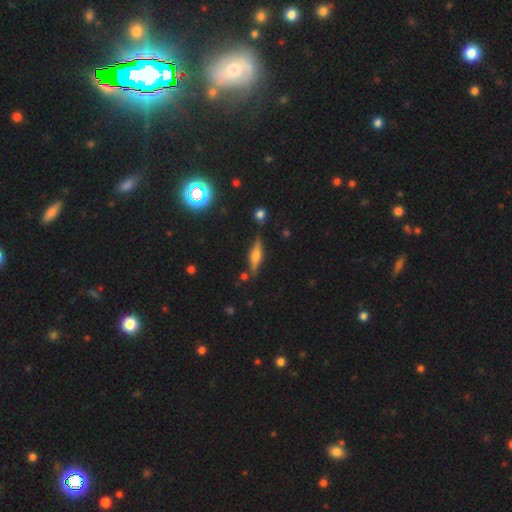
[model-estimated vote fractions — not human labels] Overall: featured or disk (56%; smooth 34%). Edge-on disk: yes (93%). Edge-on bulge: rounded (82%). Merging: none (80%).